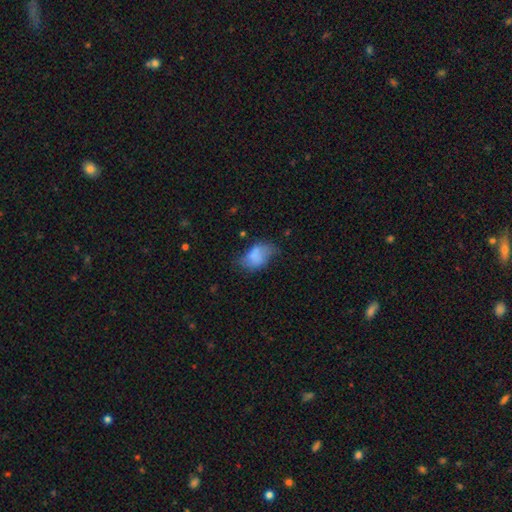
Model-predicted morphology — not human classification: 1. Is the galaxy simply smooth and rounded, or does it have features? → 70% smooth, 20% featured or disk, 10% star or artifact.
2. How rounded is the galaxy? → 87% in between, 12% round, 1% cigar-shaped.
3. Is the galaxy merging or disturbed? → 37% none, 33% minor disturbance, 19% major disturbance, 10% merger.